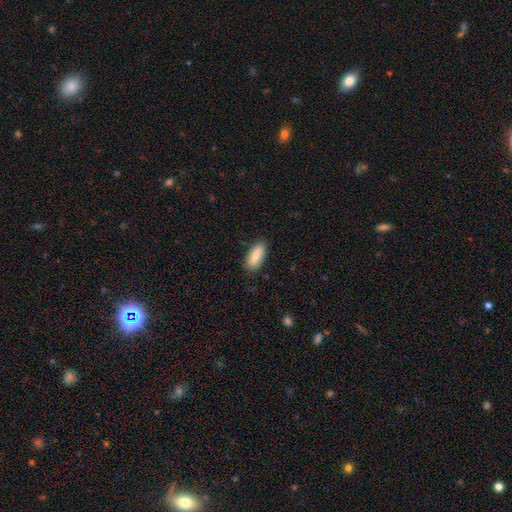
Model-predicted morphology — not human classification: smooth-or-featured: smooth: 86% | featured or disk: 8% | star or artifact: 6%
  how-rounded: in between: 82% | cigar-shaped: 16% | round: 2%
  merging: none: 84% | minor disturbance: 12% | major disturbance: 3% | merger: 1%